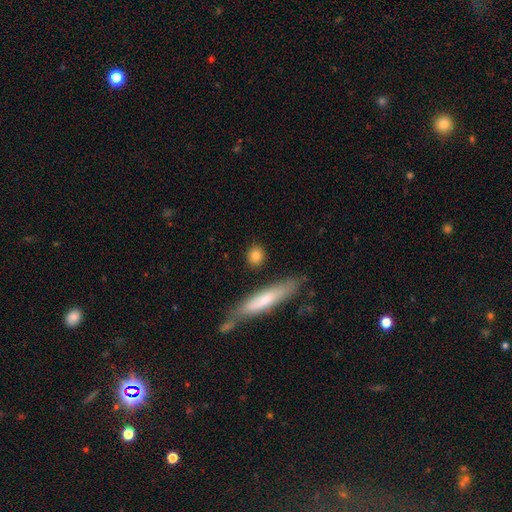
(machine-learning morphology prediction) smooth-or-featured: smooth: 82% | featured or disk: 11% | star or artifact: 7%
  how-rounded: round: 64% | in between: 26% | cigar-shaped: 11%
  merging: none: 85% | minor disturbance: 8% | merger: 4% | major disturbance: 3%